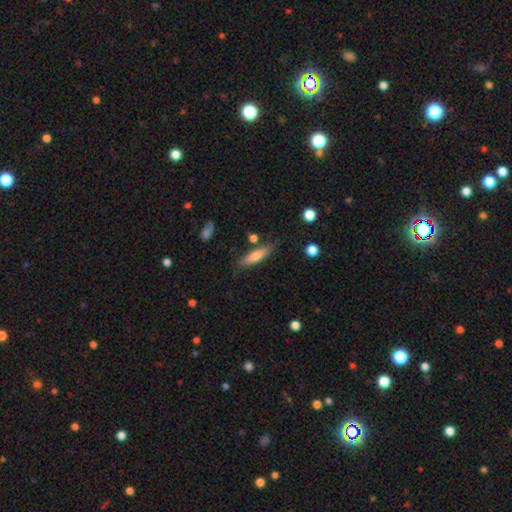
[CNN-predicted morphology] Smooth or featured?
  - smooth: 65% *
  - featured or disk: 28%
  - star or artifact: 6%
How rounded?
  - cigar-shaped: 76% *
  - in between: 23%
  - round: 2%
Merging?
  - none: 78% *
  - minor disturbance: 14%
  - merger: 5%
  - major disturbance: 3%